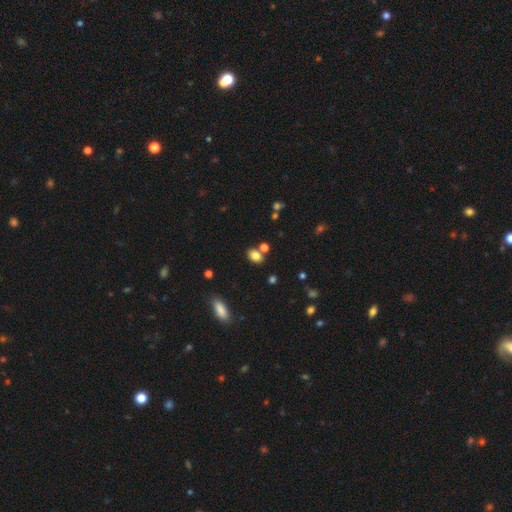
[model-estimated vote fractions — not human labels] This is clearly a smooth galaxy (80%). How rounded: likely in between (74%). Merging: likely none (67%).